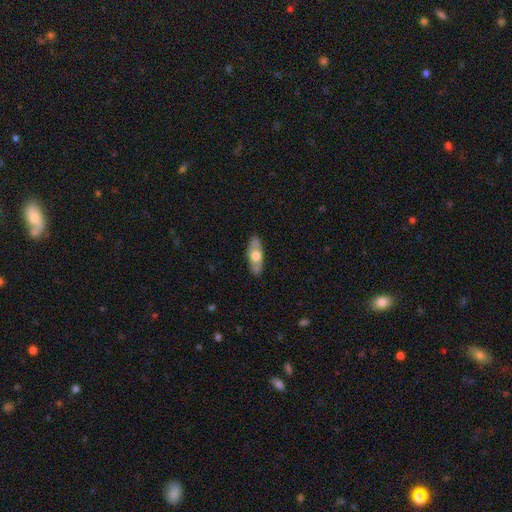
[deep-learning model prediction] smooth_or_featured: smooth (p=0.51) [alt: featured or disk p=0.44]
how_rounded: in between (p=0.72) [alt: cigar-shaped p=0.24]
merging: none (p=0.86) [alt: minor disturbance p=0.11]